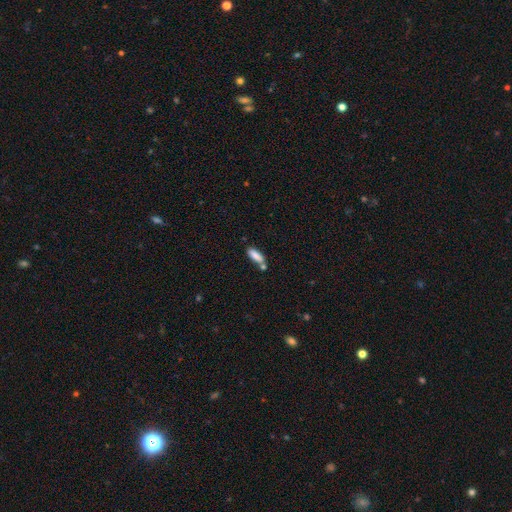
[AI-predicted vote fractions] The model was most divided on "how rounded": in between: 59%, cigar-shaped: 39%, round: 2%. More confident: smooth or featured — smooth (85%); merging — none (58%).